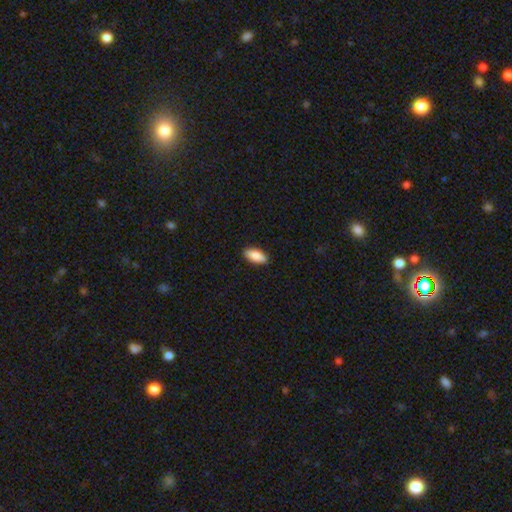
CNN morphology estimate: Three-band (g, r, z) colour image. It shows a smooth galaxy with no disk features (87%) that is in between round and cigar-shaped (87%). Merging: none (90%).